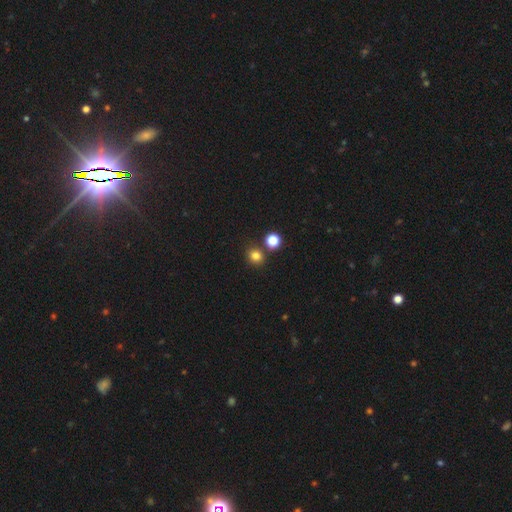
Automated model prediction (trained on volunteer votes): Q: Smooth or featured?
A: smooth (79%); runner-up: star or artifact (16%)
Q: How rounded?
A: round (81%); runner-up: in between (18%)
Q: Merging?
A: none (78%); runner-up: merger (12%)